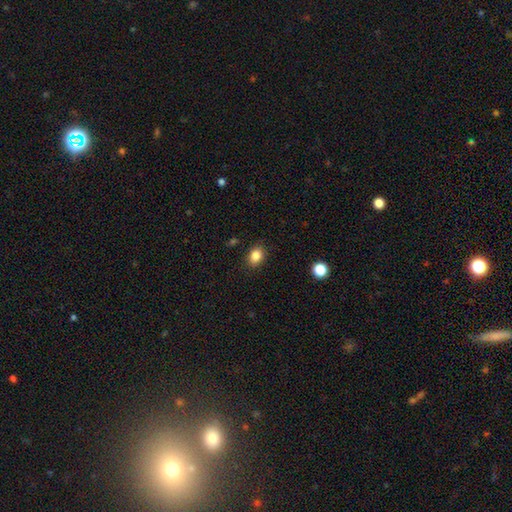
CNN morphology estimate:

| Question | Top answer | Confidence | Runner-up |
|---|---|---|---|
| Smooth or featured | smooth | 85% | star or artifact (10%) |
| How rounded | in between | 65% | round (34%) |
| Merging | none | 87% | minor disturbance (10%) |